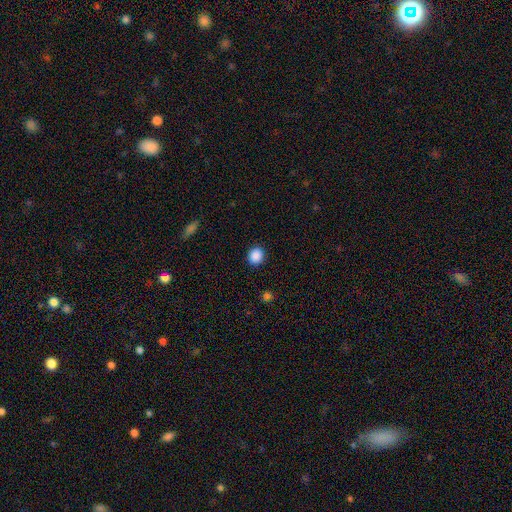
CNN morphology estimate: A smooth galaxy with no disk features (88%) that is round (86%).

Vote fractions:
- Smooth or featured? smooth: 88% / star or artifact: 10% / featured or disk: 3%
- How rounded? round: 86% / in between: 13% / cigar-shaped: 1%
- Merging? none: 91% / minor disturbance: 6% / major disturbance: 2% / merger: 1%